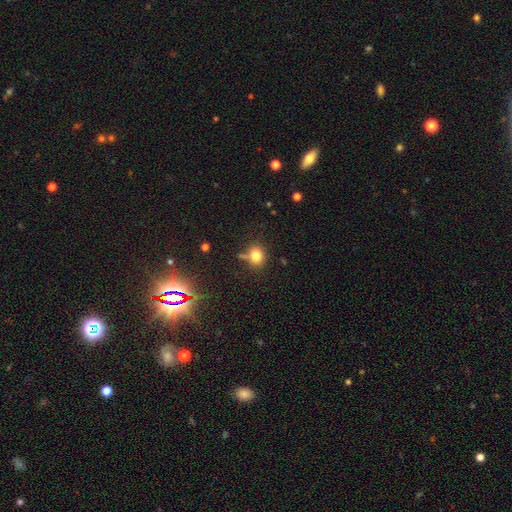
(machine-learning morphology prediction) Smooth or featured? smooth (79%)
How rounded? round (61%)
Merging? none (70%)